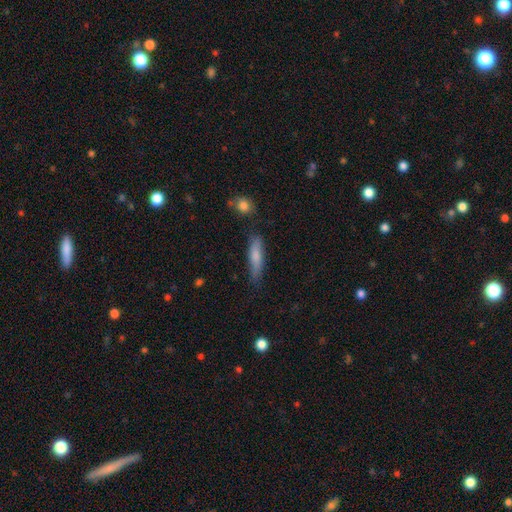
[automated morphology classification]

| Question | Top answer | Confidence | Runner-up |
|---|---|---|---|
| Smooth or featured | smooth | 74% | featured or disk (20%) |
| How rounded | cigar-shaped | 77% | in between (21%) |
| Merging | none | 72% | minor disturbance (20%) |